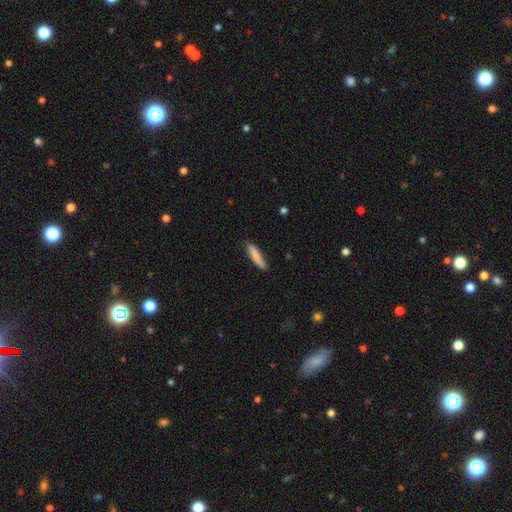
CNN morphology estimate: Overall: smooth (84%). How rounded: cigar-shaped (81%). Merging: none (77%).